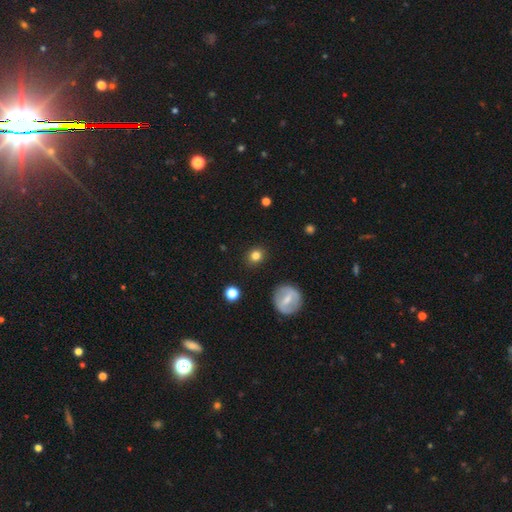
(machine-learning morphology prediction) This appears to be a smooth galaxy with no disk features (79%) that is round (80%). Merging: none (88%).